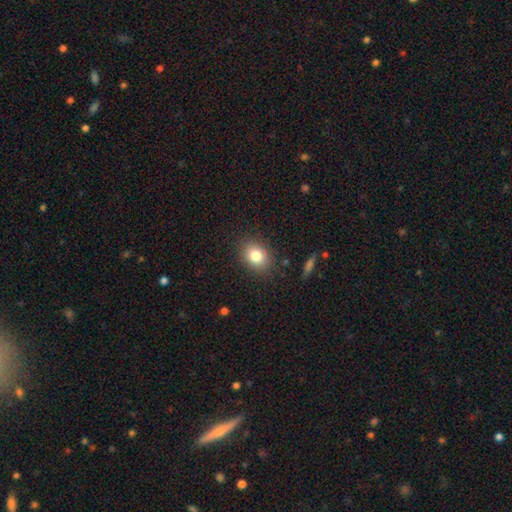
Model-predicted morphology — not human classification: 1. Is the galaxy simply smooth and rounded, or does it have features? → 81% smooth, 10% star or artifact, 9% featured or disk.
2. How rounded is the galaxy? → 50% round, 49% in between, 1% cigar-shaped.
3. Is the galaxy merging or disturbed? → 86% none, 10% minor disturbance, 3% major disturbance, 2% merger.